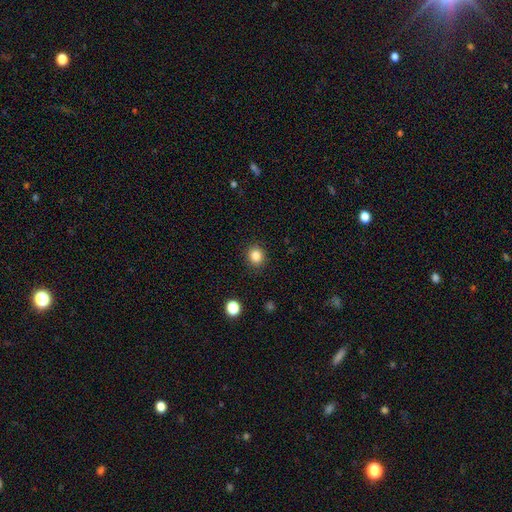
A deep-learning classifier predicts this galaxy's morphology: Overall: smooth (84%). How rounded: round (79%). Merging: none (89%).